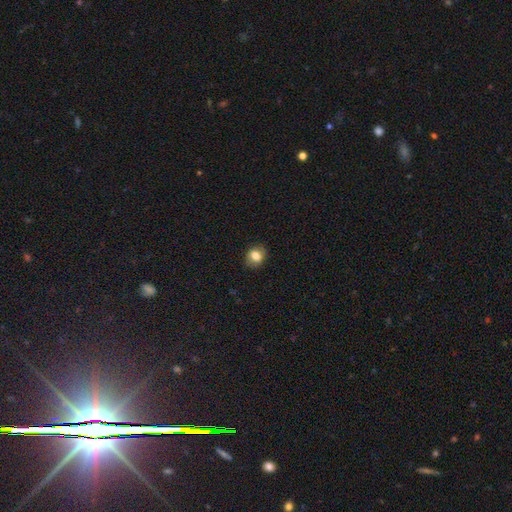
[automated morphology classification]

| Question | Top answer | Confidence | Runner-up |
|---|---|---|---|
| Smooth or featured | smooth | 80% | featured or disk (11%) |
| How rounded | round | 52% | in between (47%) |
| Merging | none | 83% | minor disturbance (13%) |